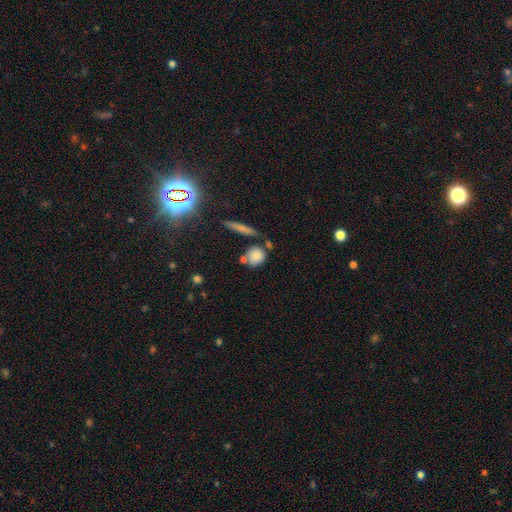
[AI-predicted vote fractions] Smooth or featured? smooth (81%)
How rounded? round (76%)
Merging? none (58%)